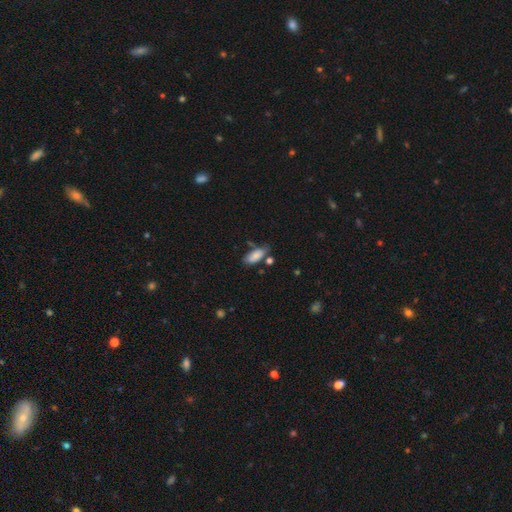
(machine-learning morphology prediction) Q: Smooth or featured?
A: smooth (83%); runner-up: featured or disk (10%)
Q: How rounded?
A: in between (80%); runner-up: cigar-shaped (18%)
Q: Merging?
A: none (61%); runner-up: minor disturbance (24%)